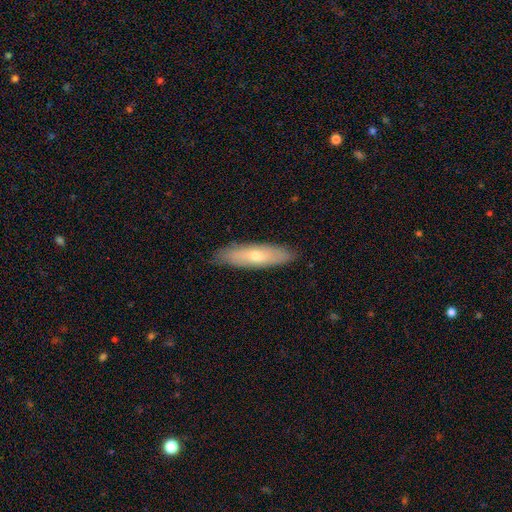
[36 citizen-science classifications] Morphology: type=smooth (72%); roundness=in between (46%, tied with cigar-shaped); merging=none (88%).